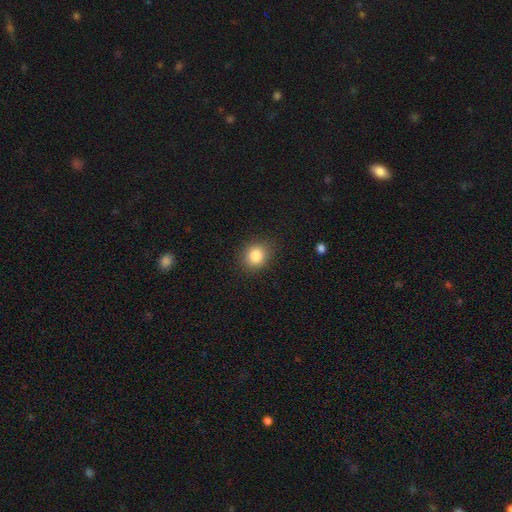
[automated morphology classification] smooth_or_featured: smooth (p=0.85) [alt: star or artifact p=0.10]
how_rounded: round (p=0.74) [alt: in between p=0.25]
merging: none (p=0.87) [alt: minor disturbance p=0.09]